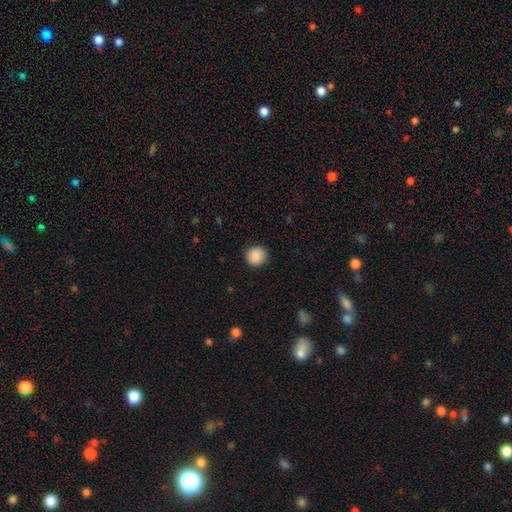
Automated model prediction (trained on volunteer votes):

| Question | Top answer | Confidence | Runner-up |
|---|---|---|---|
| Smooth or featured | smooth | 89% | star or artifact (8%) |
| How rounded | round | 93% | in between (6%) |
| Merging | none | 90% | minor disturbance (7%) |